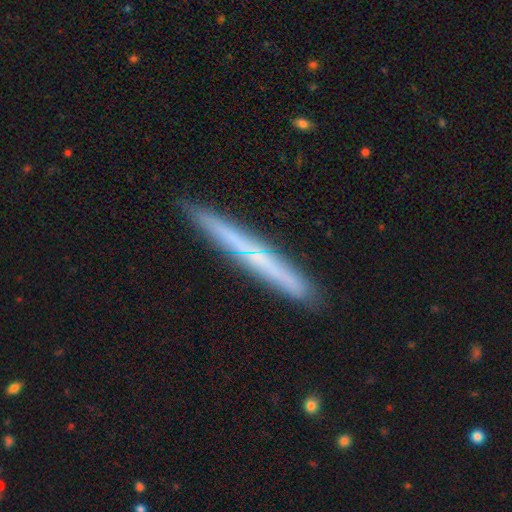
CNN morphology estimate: A featured or disk galaxy (54%) viewed edge-on (94%) with no central bulge (81%).

Vote fractions:
- Smooth or featured? featured or disk: 54% / smooth: 39% / star or artifact: 8%
- Edge-on disk? yes: 94% / no: 6%
- Edge-on bulge? none: 81% / rounded: 15% / boxy: 4%
- Merging? none: 87% / minor disturbance: 9% / merger: 2% / major disturbance: 2%